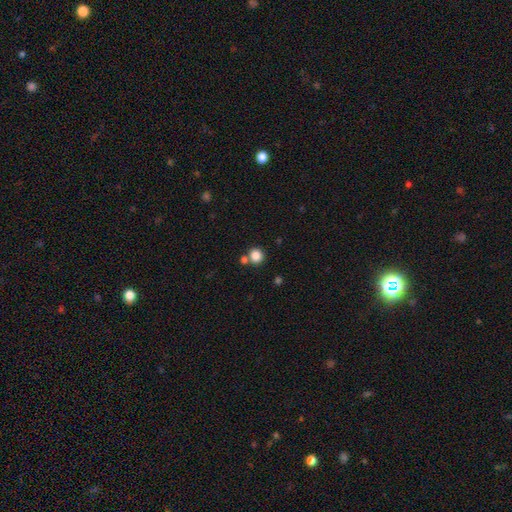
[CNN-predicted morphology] Q: Smooth or featured?
A: smooth (84%); runner-up: star or artifact (11%)
Q: How rounded?
A: round (90%); runner-up: in between (9%)
Q: Merging?
A: none (72%); runner-up: merger (18%)